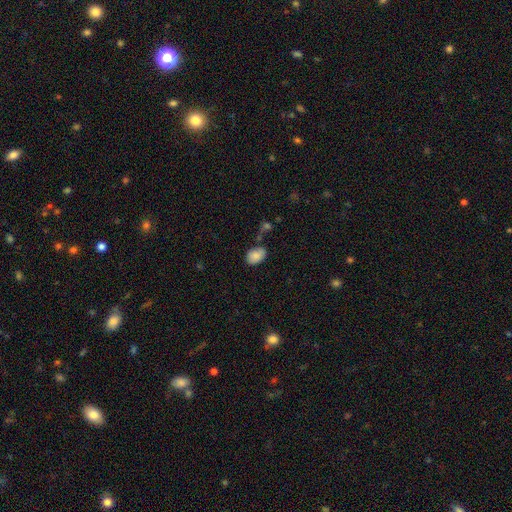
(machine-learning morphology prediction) Smooth or featured?
  - smooth: 85% *
  - star or artifact: 8%
  - featured or disk: 7%
How rounded?
  - in between: 85% *
  - round: 14%
  - cigar-shaped: 1%
Merging?
  - none: 66% *
  - minor disturbance: 22%
  - merger: 7%
  - major disturbance: 6%